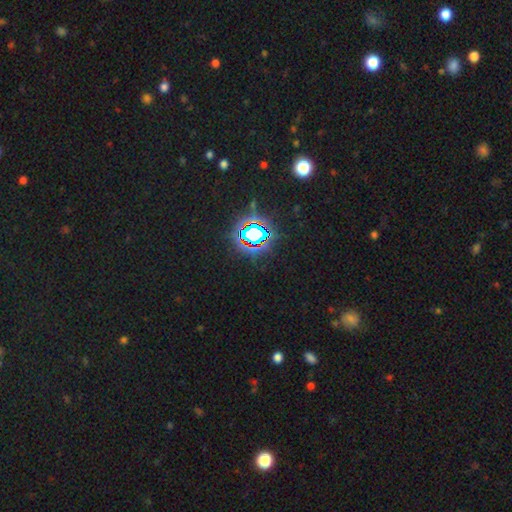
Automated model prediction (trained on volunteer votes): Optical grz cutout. It shows a star or artifact, not a galaxy (81%).